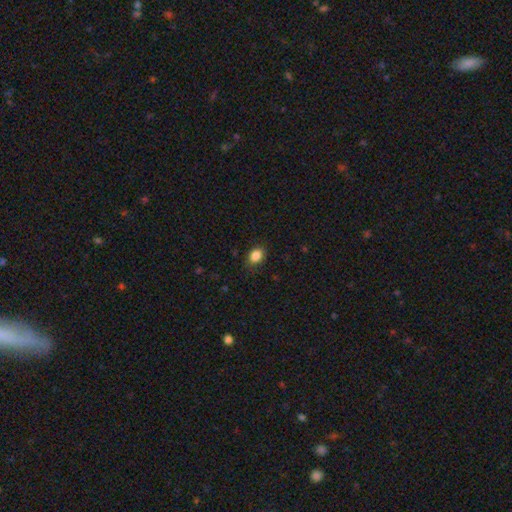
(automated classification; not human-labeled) Morphology: type=smooth (86%); roundness=in between (65%); merging=none (83%).